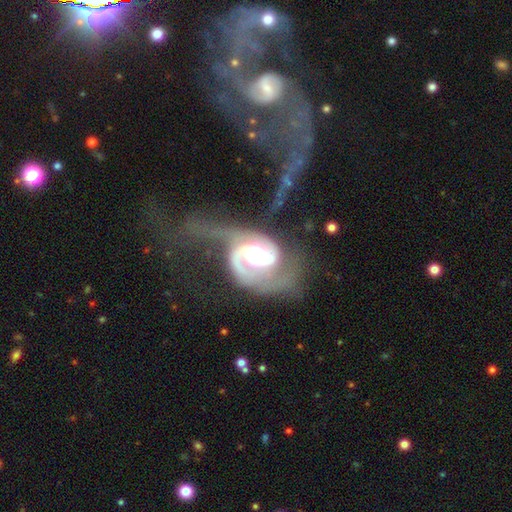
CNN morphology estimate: type=featured or disk (87%); edge-on=no (98%); bar=no (61%); spiral arms=yes (95%); winding=medium (42%); arm count=2 (71%); bulge=large (50%); merging=major disturbance (46%).